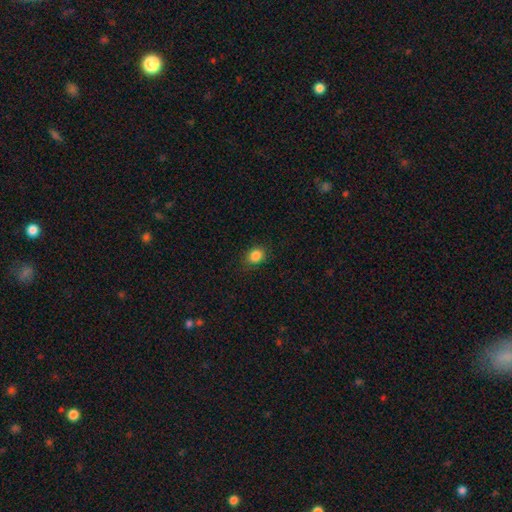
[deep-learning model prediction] The model was most divided on "how rounded": round: 56%, in between: 43%, cigar-shaped: 1%. More confident: smooth or featured — smooth (86%); merging — none (84%).